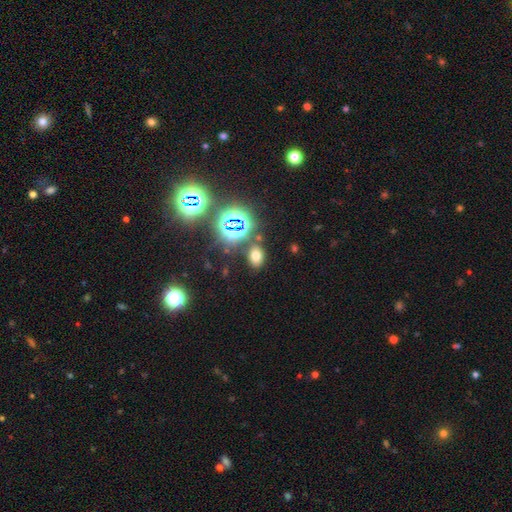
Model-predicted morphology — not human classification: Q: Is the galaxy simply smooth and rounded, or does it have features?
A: smooth — 62%.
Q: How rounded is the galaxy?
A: in between — 74%.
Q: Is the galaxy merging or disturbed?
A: none — 82%.